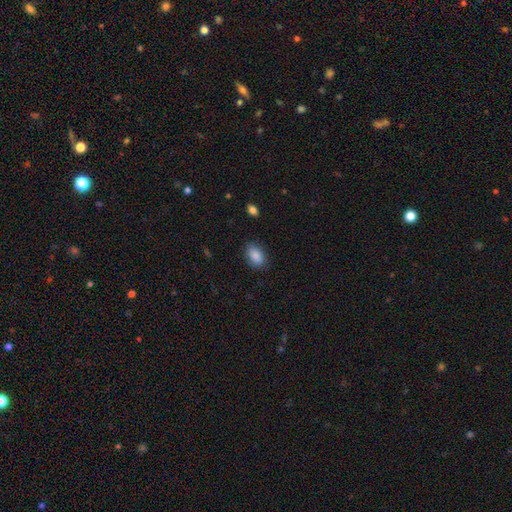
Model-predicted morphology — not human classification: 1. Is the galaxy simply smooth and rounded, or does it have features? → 89% smooth, 7% star or artifact, 4% featured or disk.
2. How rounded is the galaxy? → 91% in between, 8% round, 2% cigar-shaped.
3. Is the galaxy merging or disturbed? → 85% none, 11% minor disturbance, 3% major disturbance, 1% merger.